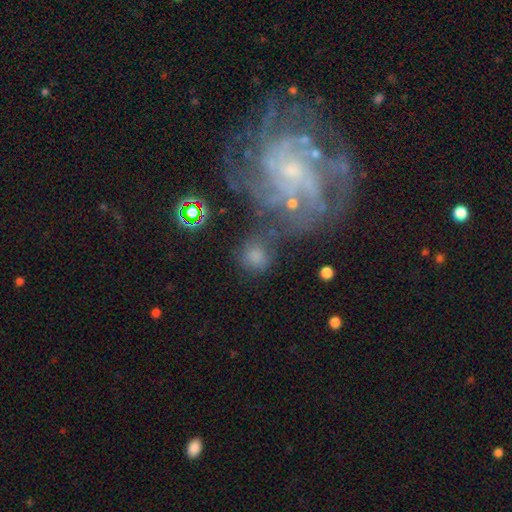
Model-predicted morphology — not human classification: This appears to be a smooth galaxy with no disk features (59%) that is round (79%). Merging: none (54%).